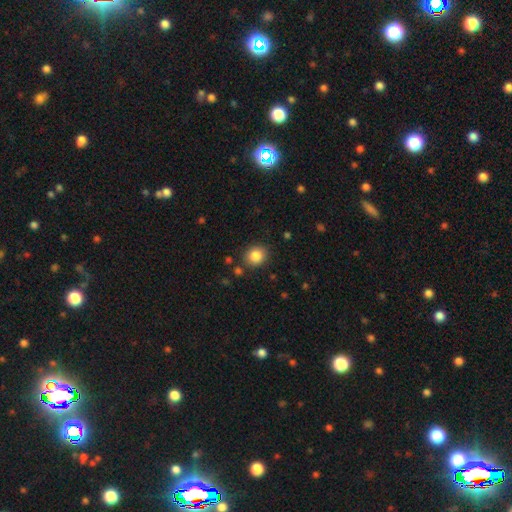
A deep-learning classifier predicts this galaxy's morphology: Smooth or featured? Predicted: smooth (p=0.85). How rounded? Predicted: round (p=0.80). Merging? Predicted: none (p=0.86).